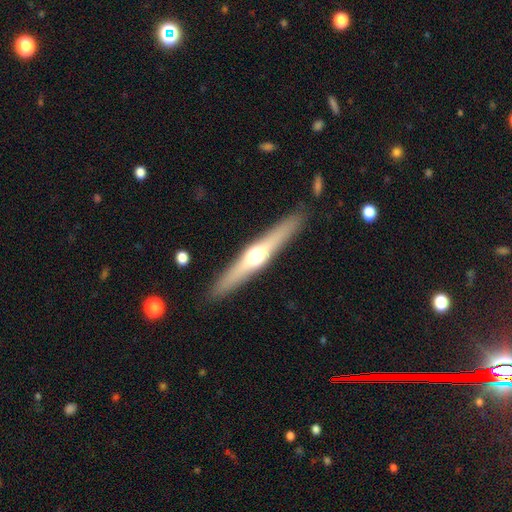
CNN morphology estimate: type=featured or disk (63%); edge-on=yes (96%); edge-on bulge=rounded (92%); merging=none (90%).